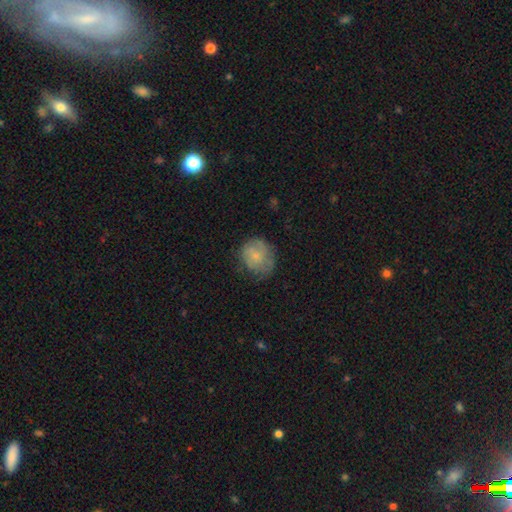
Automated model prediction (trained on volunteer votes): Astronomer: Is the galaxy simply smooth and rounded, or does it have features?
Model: smooth — 63%.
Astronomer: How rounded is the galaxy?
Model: round — 80%.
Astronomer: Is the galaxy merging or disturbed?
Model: none — 64%.